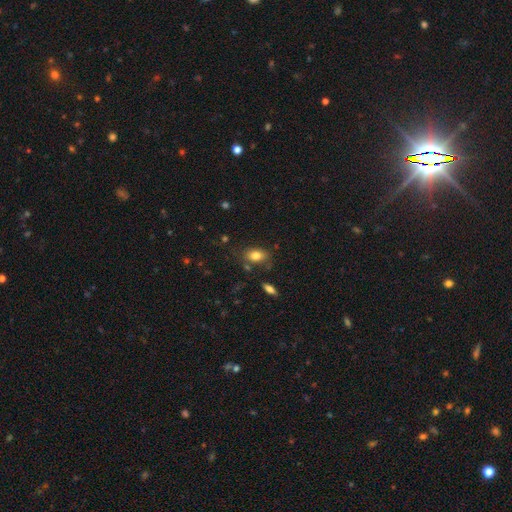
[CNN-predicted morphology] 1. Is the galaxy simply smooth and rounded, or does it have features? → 81% smooth, 10% featured or disk, 9% star or artifact.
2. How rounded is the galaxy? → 83% in between, 15% round, 2% cigar-shaped.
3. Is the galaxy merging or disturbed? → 73% none, 17% minor disturbance, 6% merger, 5% major disturbance.